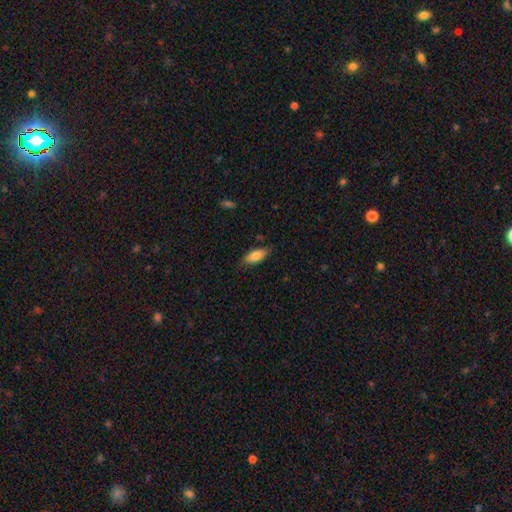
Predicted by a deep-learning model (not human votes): Smooth or featured: smooth — 80% (featured or disk — 13%)
How rounded: in between — 81% (cigar-shaped — 17%)
Merging: none — 80% (minor disturbance — 16%)